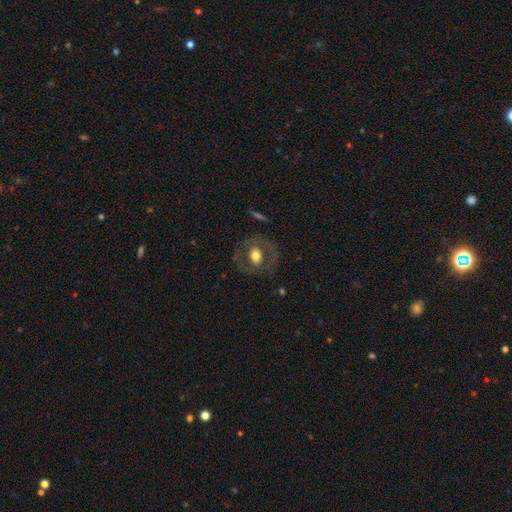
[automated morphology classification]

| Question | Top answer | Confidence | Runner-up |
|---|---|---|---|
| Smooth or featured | featured or disk | 47% | smooth (45%) |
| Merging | none | 78% | minor disturbance (12%) |